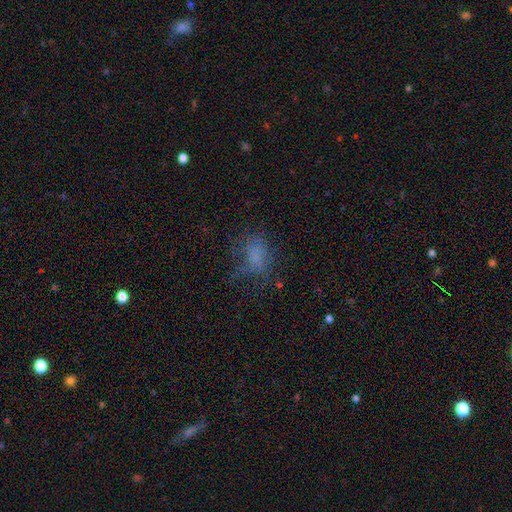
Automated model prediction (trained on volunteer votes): A smooth galaxy with no disk features (59%) that is in between round and cigar-shaped (69%). Merging: none (46%).